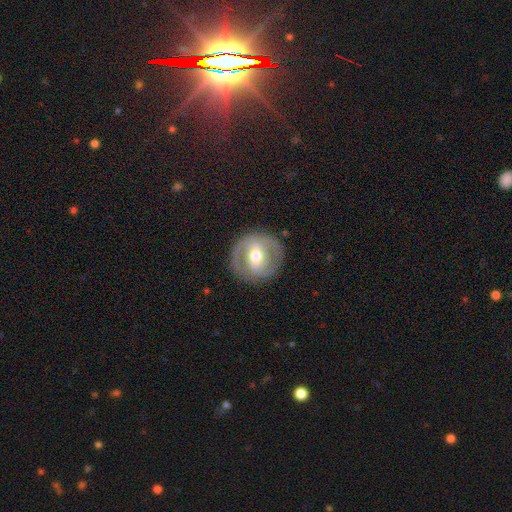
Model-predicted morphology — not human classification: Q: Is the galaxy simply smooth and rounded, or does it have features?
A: featured or disk — 68%.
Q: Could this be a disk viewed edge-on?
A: no — 96%.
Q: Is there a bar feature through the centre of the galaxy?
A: weak — 40%.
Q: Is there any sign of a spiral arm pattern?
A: yes — 58%.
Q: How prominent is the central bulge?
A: moderate — 72%.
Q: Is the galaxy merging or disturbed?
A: none — 84%.